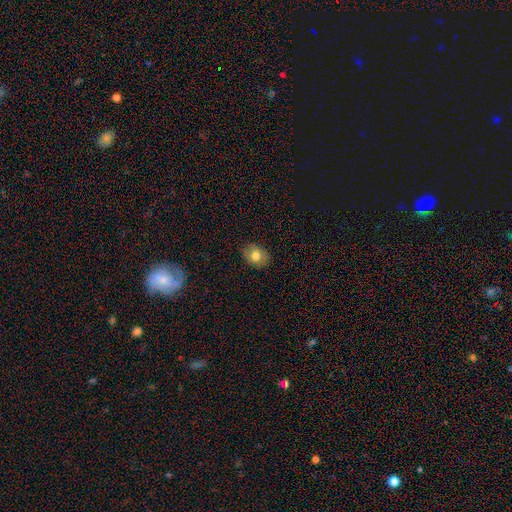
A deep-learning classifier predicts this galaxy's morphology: Smooth or featured: smooth — 77% (featured or disk — 14%)
How rounded: in between — 62% (round — 37%)
Merging: none — 86% (minor disturbance — 11%)